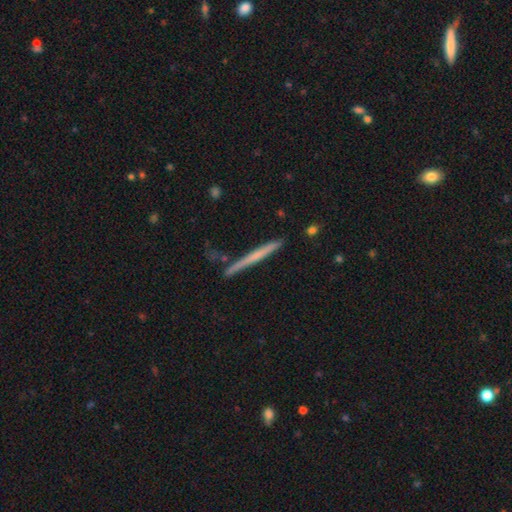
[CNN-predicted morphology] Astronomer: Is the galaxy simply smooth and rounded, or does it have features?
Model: featured or disk — 50% (runner-up: smooth, 43%).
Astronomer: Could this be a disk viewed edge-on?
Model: yes — 97%.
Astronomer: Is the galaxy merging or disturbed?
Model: none — 87%.